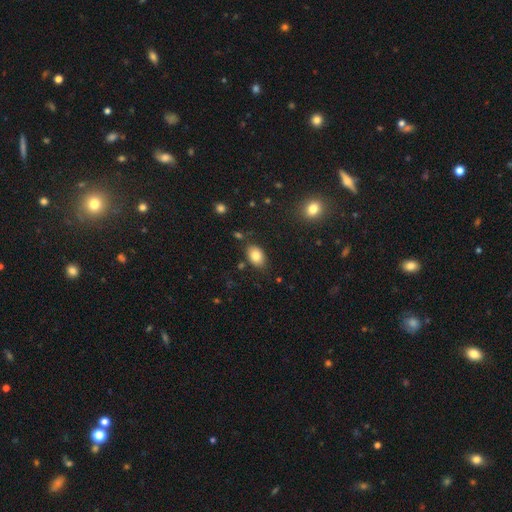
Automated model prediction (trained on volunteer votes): This is clearly a smooth galaxy (83%). How rounded: clearly in between (85%). Merging: clearly none (81%).